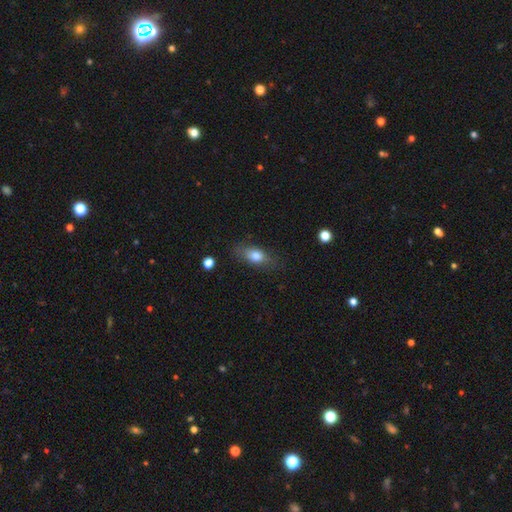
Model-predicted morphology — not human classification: smooth_or_featured: smooth (p=0.77) [alt: featured or disk p=0.15]
how_rounded: in between (p=0.79) [alt: cigar-shaped p=0.12]
merging: none (p=0.75) [alt: minor disturbance p=0.17]